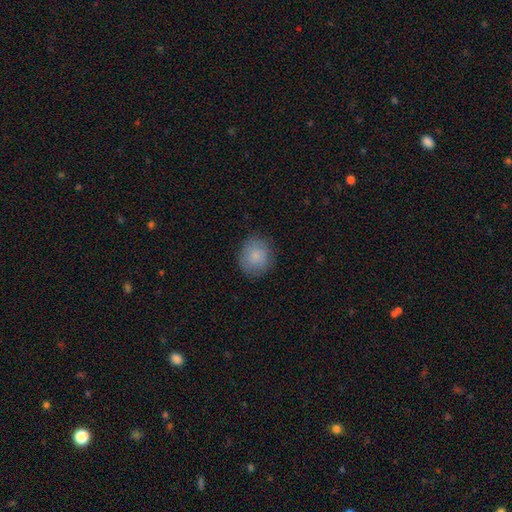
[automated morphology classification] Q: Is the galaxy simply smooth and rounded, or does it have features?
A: smooth — 84%.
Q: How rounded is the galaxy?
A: round — 82%.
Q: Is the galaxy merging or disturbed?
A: none — 84%.